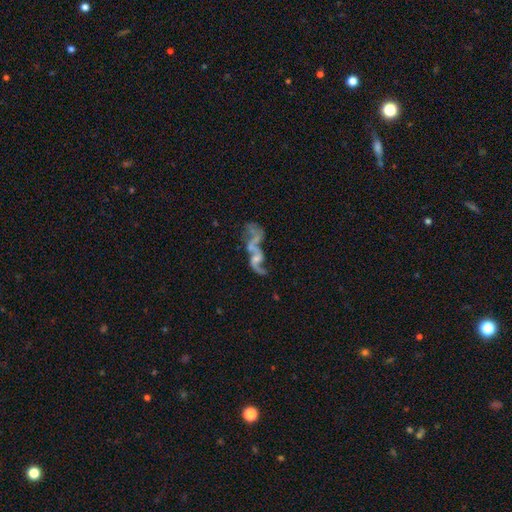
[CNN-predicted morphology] featured or disk 71%, smooth 17%, star or artifact 12%. Down the decision tree: edge-on disk — no (94%); bar — no (64%); spiral arms — yes (65%); bulge size — small (37%); merging — merger (40%).